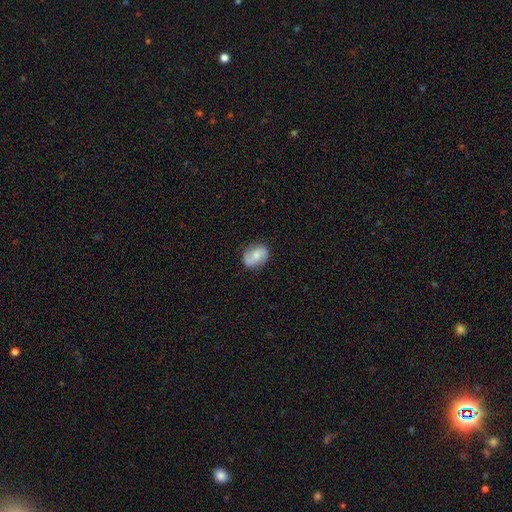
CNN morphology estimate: Smooth or featured?
  - smooth: 53% *
  - featured or disk: 40%
  - star or artifact: 8%
How rounded?
  - in between: 61% *
  - round: 37%
  - cigar-shaped: 2%
Merging?
  - none: 77% *
  - minor disturbance: 17%
  - major disturbance: 4%
  - merger: 1%